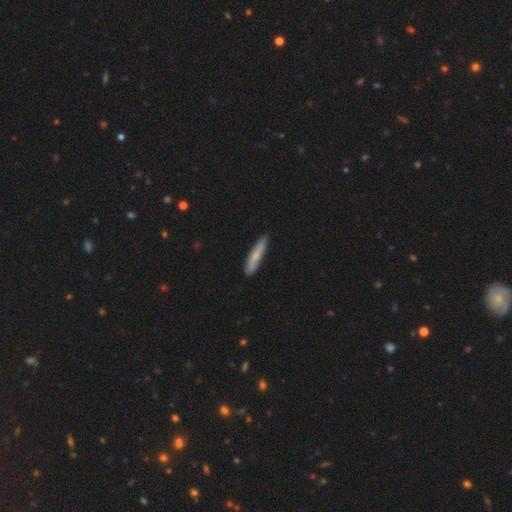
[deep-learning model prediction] Q: Smooth or featured?
A: smooth (68%); runner-up: featured or disk (27%)
Q: How rounded?
A: cigar-shaped (88%); runner-up: in between (11%)
Q: Merging?
A: none (80%); runner-up: minor disturbance (16%)